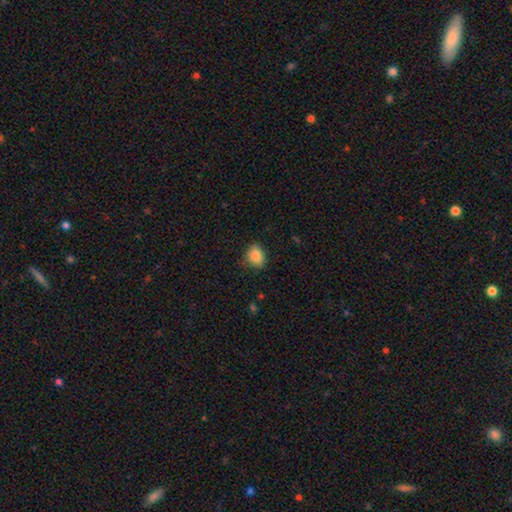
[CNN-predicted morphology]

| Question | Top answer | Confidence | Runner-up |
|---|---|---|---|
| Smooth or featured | smooth | 86% | star or artifact (9%) |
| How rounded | in between | 58% | round (41%) |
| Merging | none | 76% | minor disturbance (19%) |